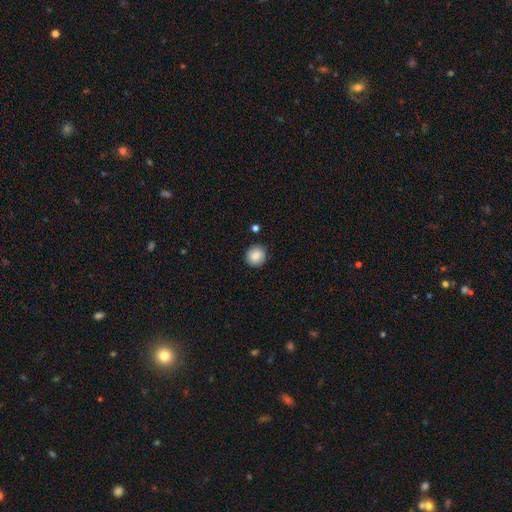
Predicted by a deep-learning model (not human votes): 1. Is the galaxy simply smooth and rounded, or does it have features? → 86% smooth, 8% star or artifact, 6% featured or disk.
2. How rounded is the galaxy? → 91% round, 8% in between, 1% cigar-shaped.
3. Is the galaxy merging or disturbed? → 88% none, 8% minor disturbance, 2% major disturbance, 2% merger.